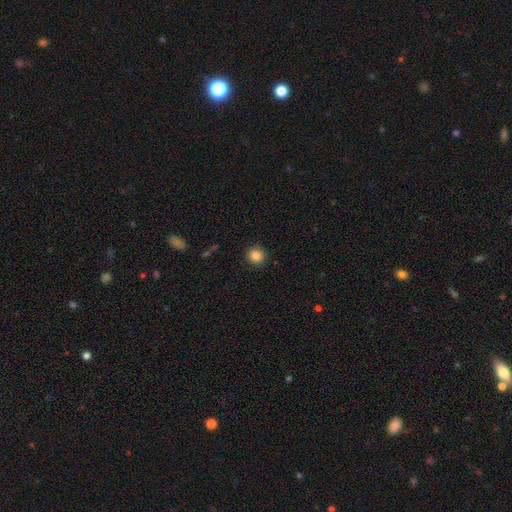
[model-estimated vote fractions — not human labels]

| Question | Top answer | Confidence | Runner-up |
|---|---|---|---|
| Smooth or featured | smooth | 86% | star or artifact (10%) |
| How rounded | round | 89% | in between (10%) |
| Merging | none | 89% | minor disturbance (8%) |